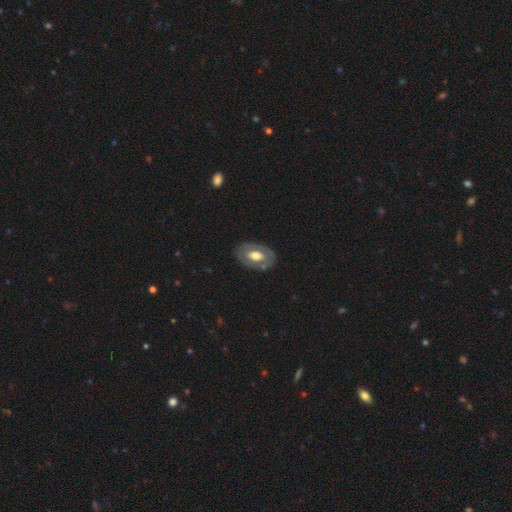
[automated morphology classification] Smooth or featured?
  - featured or disk: 54% *
  - smooth: 40%
  - star or artifact: 5%
Edge-on disk?
  - no: 91% *
  - yes: 9%
Merging?
  - none: 78% *
  - minor disturbance: 15%
  - major disturbance: 5%
  - merger: 2%